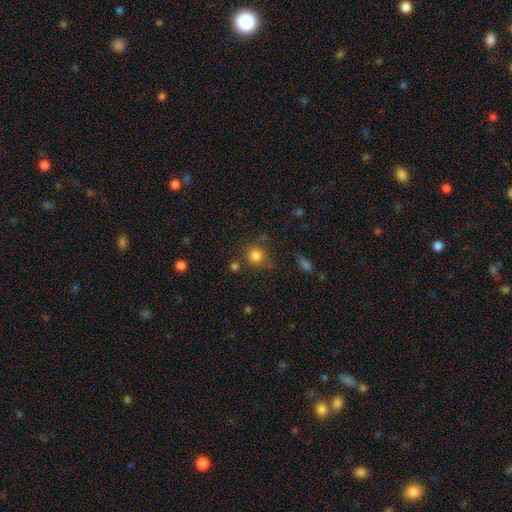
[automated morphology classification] This is clearly a smooth galaxy (82%). How rounded: clearly round (91%). Merging: likely none (77%).